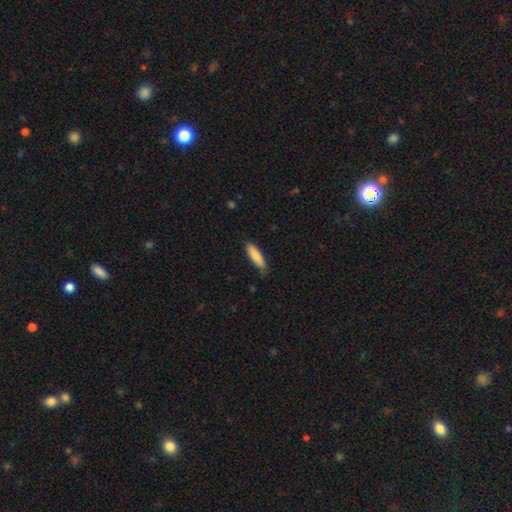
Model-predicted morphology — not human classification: Smooth or featured? smooth (86%)
How rounded? cigar-shaped (67%)
Merging? none (75%)